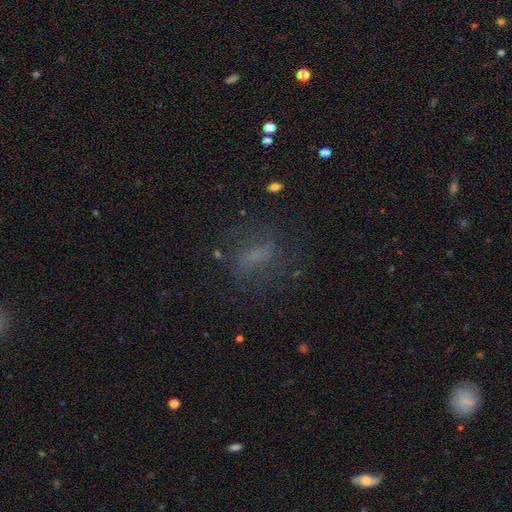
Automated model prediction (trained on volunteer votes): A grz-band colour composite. It shows a smooth galaxy with no disk features (45%). Merging: none (66%).